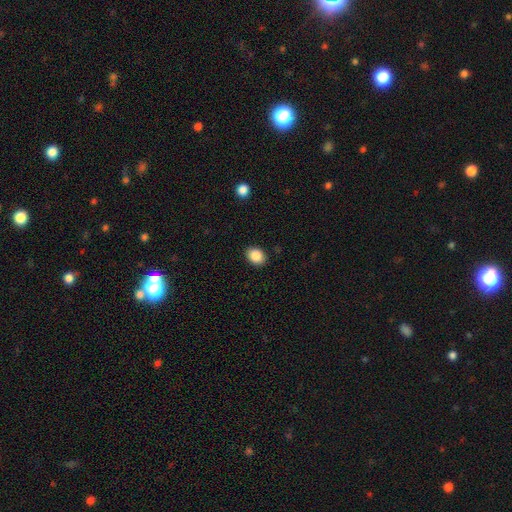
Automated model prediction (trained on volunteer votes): This appears to be a smooth galaxy with no disk features (87%) that is in between round and cigar-shaped (61%). Merging: none (89%).